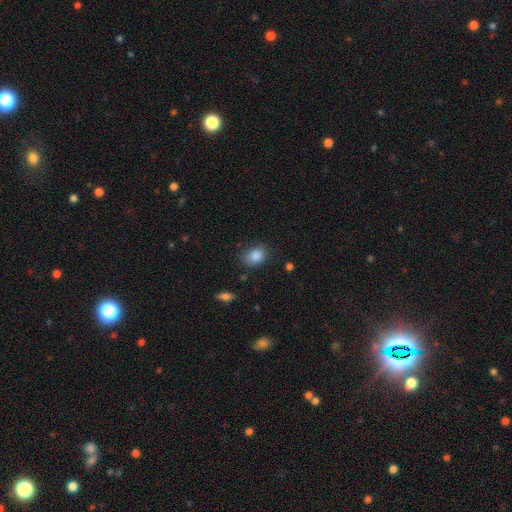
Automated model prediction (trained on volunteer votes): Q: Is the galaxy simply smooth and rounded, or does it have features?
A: smooth — 86%.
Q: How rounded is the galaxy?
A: in between — 69%.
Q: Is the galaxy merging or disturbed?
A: none — 74%.